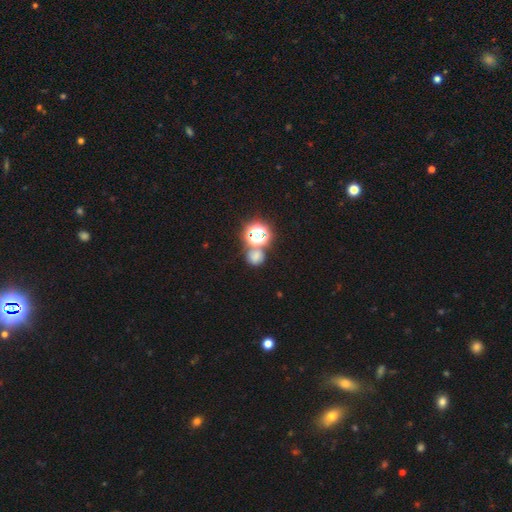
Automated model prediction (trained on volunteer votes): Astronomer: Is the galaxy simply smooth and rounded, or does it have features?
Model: smooth — 58% (runner-up: star or artifact, 33%).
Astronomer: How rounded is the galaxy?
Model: round — 80%.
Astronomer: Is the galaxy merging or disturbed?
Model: none — 55%.